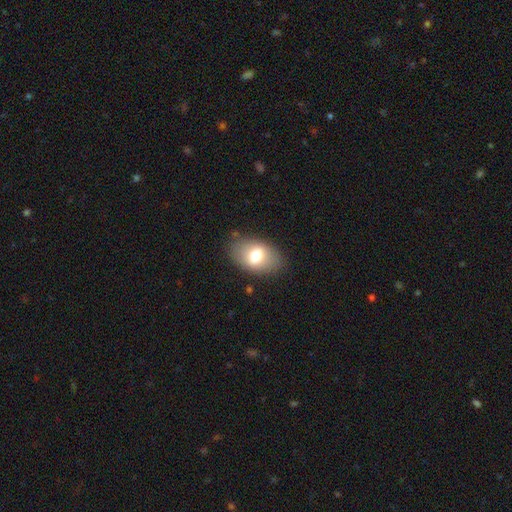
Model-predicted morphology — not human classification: Q: Smooth or featured?
A: smooth (69%); runner-up: featured or disk (24%)
Q: How rounded?
A: in between (86%); runner-up: round (13%)
Q: Merging?
A: none (82%); runner-up: minor disturbance (13%)